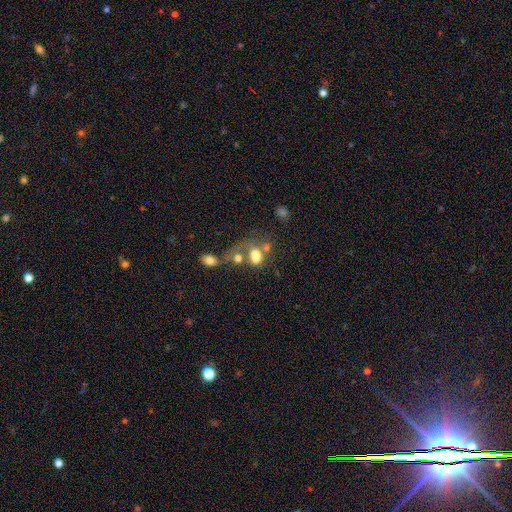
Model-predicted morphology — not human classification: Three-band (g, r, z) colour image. It shows a smooth galaxy with no disk features (70%) that is in between round and cigar-shaped (67%). Merging: merger (51%).